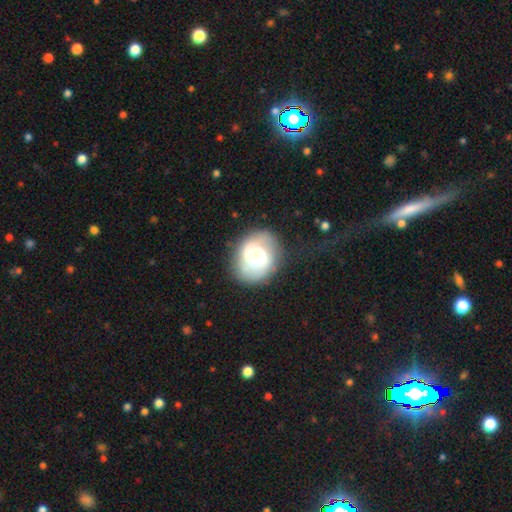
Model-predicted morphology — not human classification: The model was most divided on "spiral winding": medium: 44%, loose: 34%, tight: 22%. Remaining: edge-on disk — no (98%); spiral arms — yes (88%); spiral arm count — 2 (82%); merging — none (68%); smooth or featured — featured or disk (63%); bar — no (49%); bulge size — large (39%).